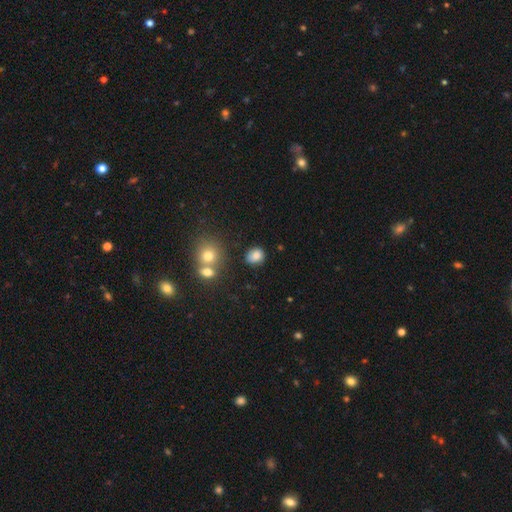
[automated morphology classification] Smooth or featured?
  - smooth: 82% *
  - star or artifact: 11%
  - featured or disk: 6%
How rounded?
  - round: 51% *
  - in between: 47%
  - cigar-shaped: 1%
Merging?
  - none: 75% *
  - minor disturbance: 15%
  - merger: 5%
  - major disturbance: 4%